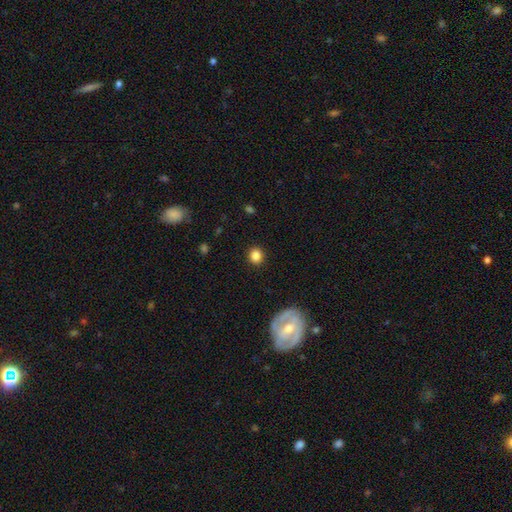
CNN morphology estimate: Smooth or featured?
  - smooth: 84% *
  - star or artifact: 10%
  - featured or disk: 6%
How rounded?
  - round: 83% *
  - in between: 16%
  - cigar-shaped: 1%
Merging?
  - none: 90% *
  - minor disturbance: 6%
  - major disturbance: 2%
  - merger: 1%